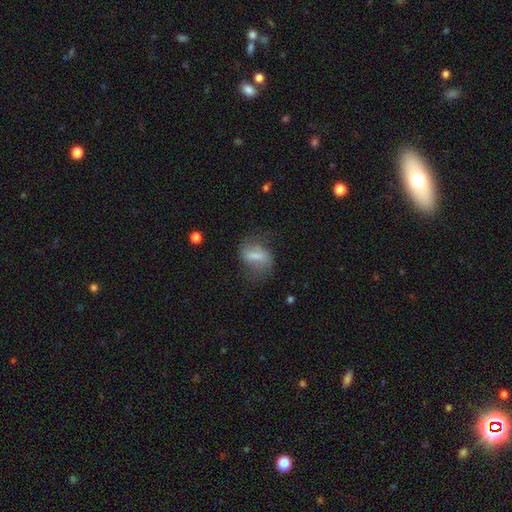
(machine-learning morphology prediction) This appears to be a smooth galaxy with no disk features (54%) that is in between round and cigar-shaped (73%). Merging: none (53%).